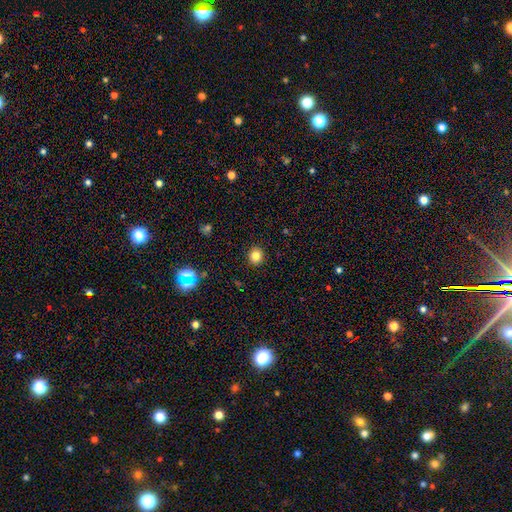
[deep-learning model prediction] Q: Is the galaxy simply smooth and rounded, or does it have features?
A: smooth — 80%.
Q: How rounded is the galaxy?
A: round — 86%.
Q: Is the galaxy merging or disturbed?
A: none — 92%.